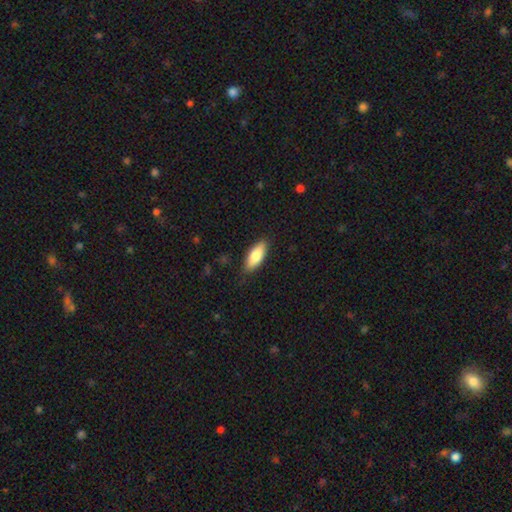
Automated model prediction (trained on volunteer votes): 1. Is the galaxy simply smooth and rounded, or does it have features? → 81% smooth, 13% featured or disk, 6% star or artifact.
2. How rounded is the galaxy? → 77% in between, 21% cigar-shaped, 2% round.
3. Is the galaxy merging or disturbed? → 84% none, 12% minor disturbance, 2% major disturbance, 1% merger.